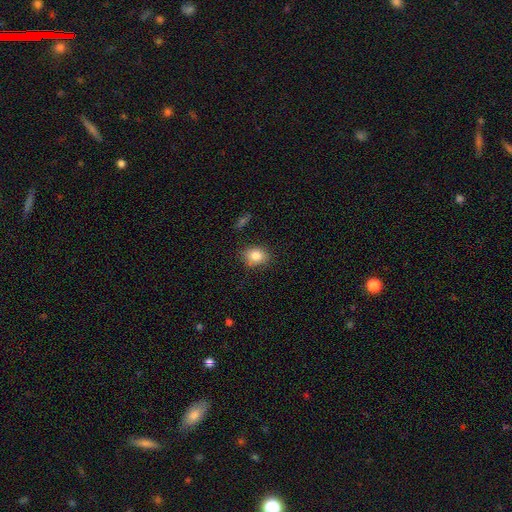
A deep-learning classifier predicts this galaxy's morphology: The model was most divided on "how rounded": in between: 53%, round: 45%, cigar-shaped: 1%. More confident: smooth or featured — smooth (84%); merging — none (80%).